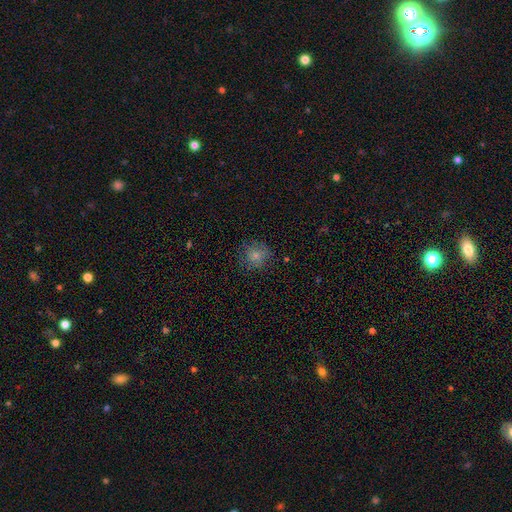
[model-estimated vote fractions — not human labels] A smooth galaxy with no disk features (79%) that is round (89%).

Vote fractions:
- Smooth or featured? smooth: 79% / star or artifact: 11% / featured or disk: 10%
- How rounded? round: 89% / in between: 10% / cigar-shaped: 1%
- Merging? none: 77% / minor disturbance: 16% / major disturbance: 6% / merger: 1%